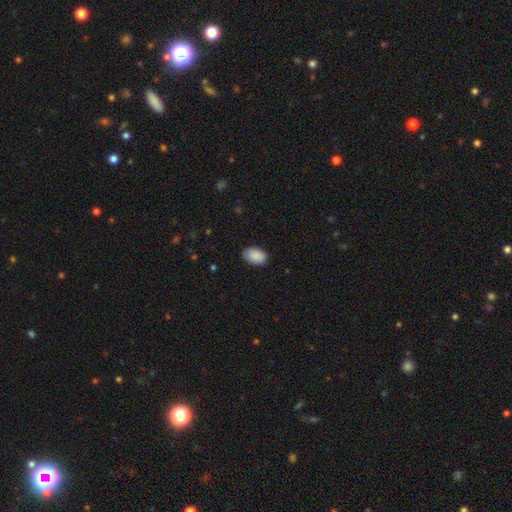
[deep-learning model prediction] smooth-or-featured: smooth: 90% | star or artifact: 6% | featured or disk: 4%
  how-rounded: in between: 91% | round: 7% | cigar-shaped: 1%
  merging: none: 85% | minor disturbance: 12% | major disturbance: 2% | merger: 1%